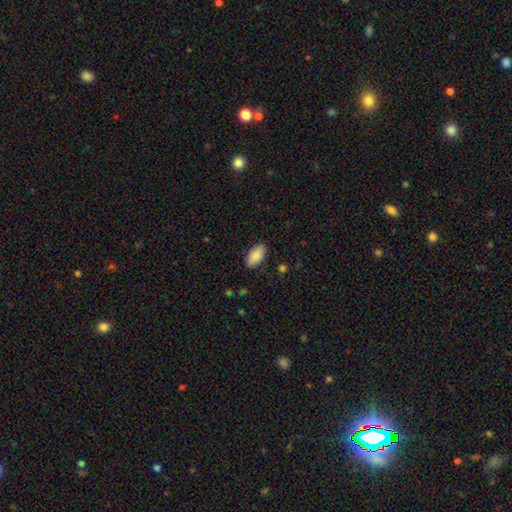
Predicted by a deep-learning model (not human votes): A smooth galaxy with no disk features (87%) that is in between round and cigar-shaped (93%). Merging: none (88%).